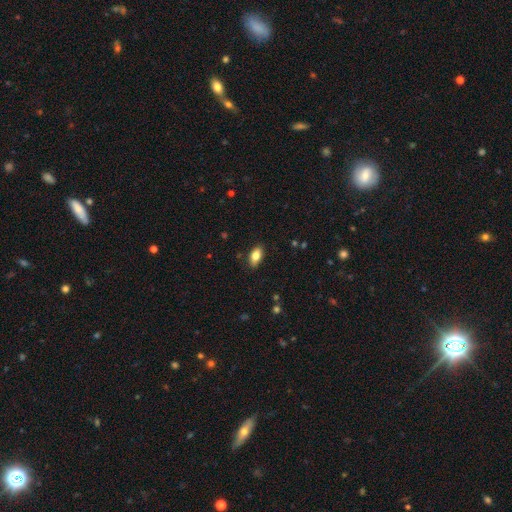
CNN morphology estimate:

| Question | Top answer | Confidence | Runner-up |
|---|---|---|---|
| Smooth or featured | smooth | 80% | featured or disk (12%) |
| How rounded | in between | 90% | round (5%) |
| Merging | none | 86% | minor disturbance (11%) |